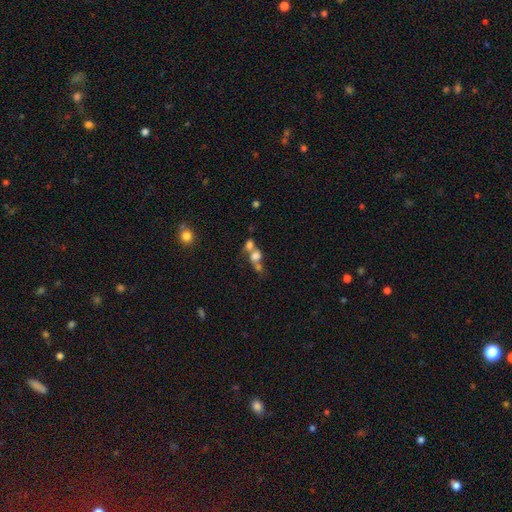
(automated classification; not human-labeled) smooth 65%, featured or disk 20%, star or artifact 15%. Down the decision tree: how rounded — round (50%); merging — merger (64%).